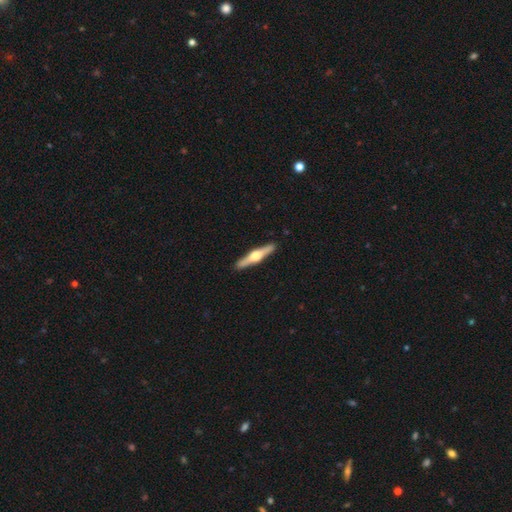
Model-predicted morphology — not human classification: type=featured or disk (70%); edge-on=yes (98%); edge-on bulge=rounded (95%); merging=none (92%).